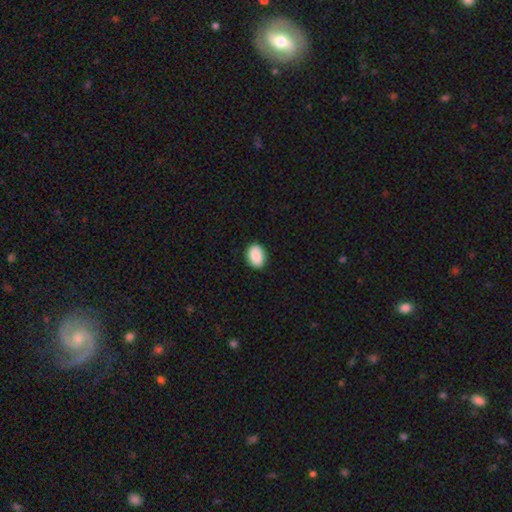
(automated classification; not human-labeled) The model was most divided on "how rounded": in between: 80%, round: 18%, cigar-shaped: 1%. More confident: smooth or featured — smooth (90%); merging — none (88%).